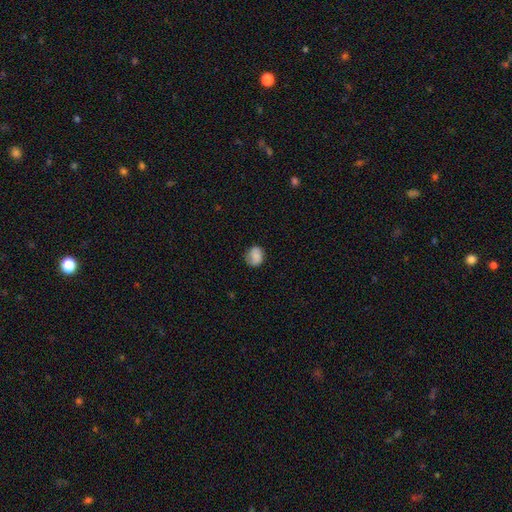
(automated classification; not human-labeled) This is clearly a smooth galaxy (83%). How rounded: likely round (62%). Merging: likely none (74%).